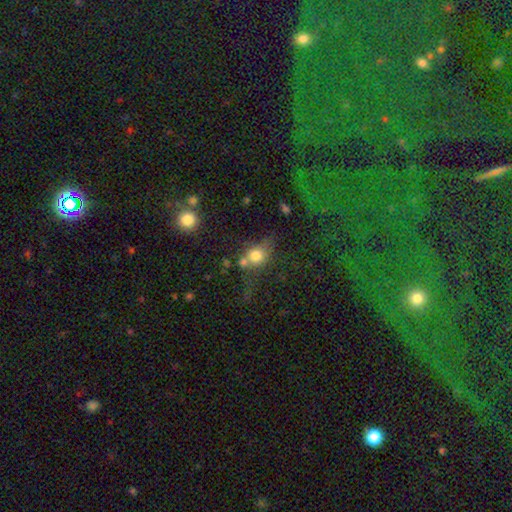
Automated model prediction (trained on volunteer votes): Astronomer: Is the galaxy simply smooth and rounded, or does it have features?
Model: smooth — 73%.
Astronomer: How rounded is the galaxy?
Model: round — 65%.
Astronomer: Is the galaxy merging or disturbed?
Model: none — 39% (runner-up: merger, 30%).